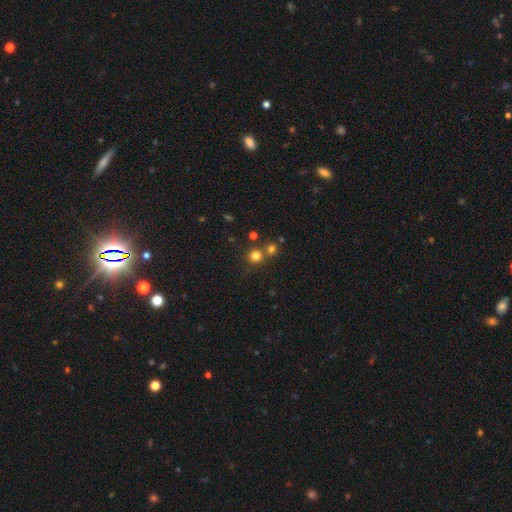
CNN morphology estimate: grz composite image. It shows a smooth galaxy with no disk features (75%) that is round (92%). Merging: none (66%).